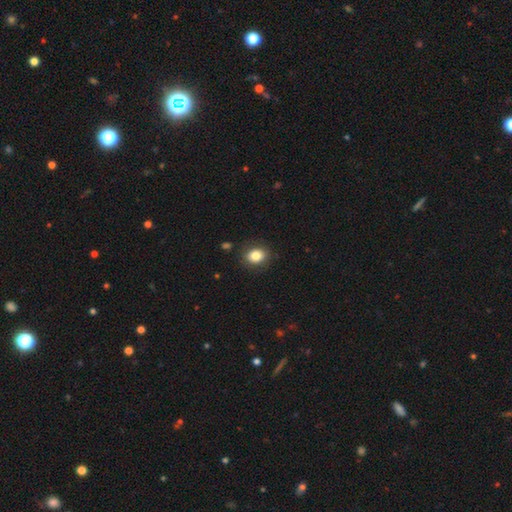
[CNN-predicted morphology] smooth-or-featured: smooth: 83% | star or artifact: 9% | featured or disk: 7%
  how-rounded: round: 56% | in between: 43% | cigar-shaped: 1%
  merging: none: 86% | minor disturbance: 10% | major disturbance: 3% | merger: 1%